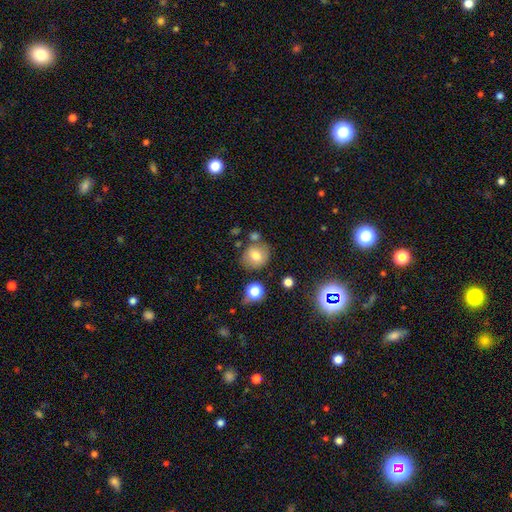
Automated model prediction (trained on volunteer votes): Smooth or featured? Predicted: smooth (p=0.73). How rounded? Predicted: round (p=0.77). Merging? Predicted: none (p=0.71).